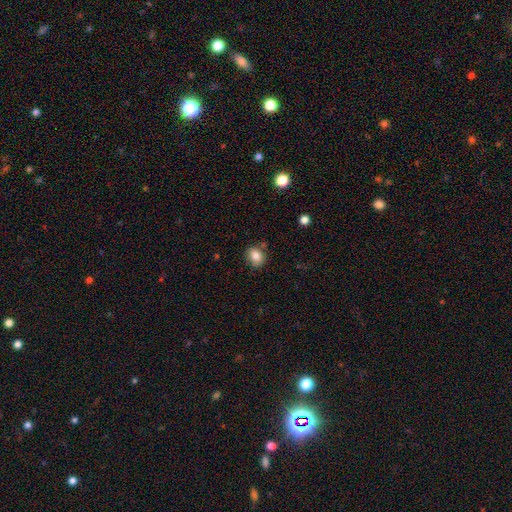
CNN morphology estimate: Smooth or featured? Predicted: smooth (p=0.83). How rounded? Predicted: round (p=0.62). Merging? Predicted: none (p=0.80).